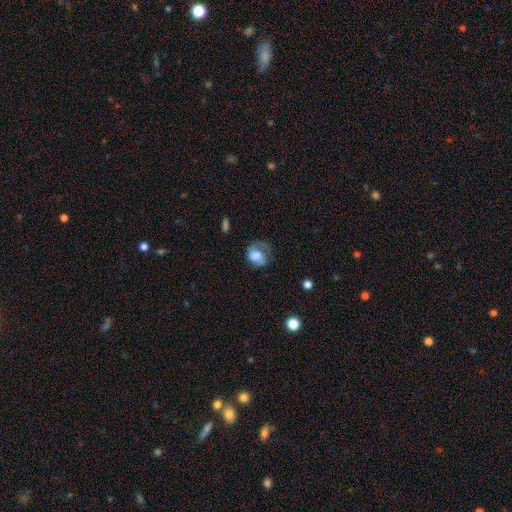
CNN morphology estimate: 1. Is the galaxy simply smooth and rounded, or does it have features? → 52% smooth, 39% featured or disk, 9% star or artifact.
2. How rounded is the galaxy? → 50% round, 48% in between, 1% cigar-shaped.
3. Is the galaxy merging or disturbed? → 37% none, 34% major disturbance, 26% minor disturbance, 2% merger.